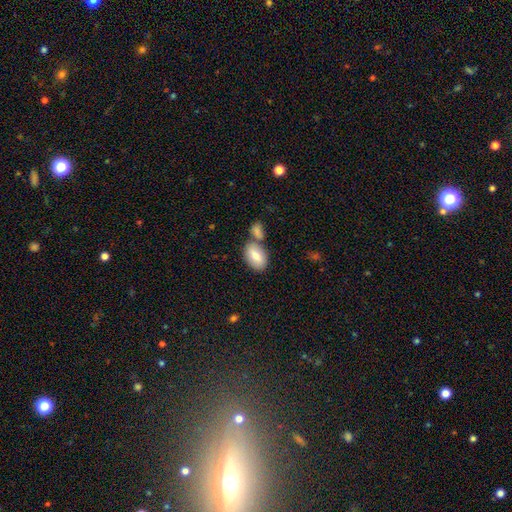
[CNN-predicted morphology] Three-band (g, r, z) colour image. It shows a smooth galaxy with no disk features (79%) that is in between round and cigar-shaped (91%). Merging: none (47%).